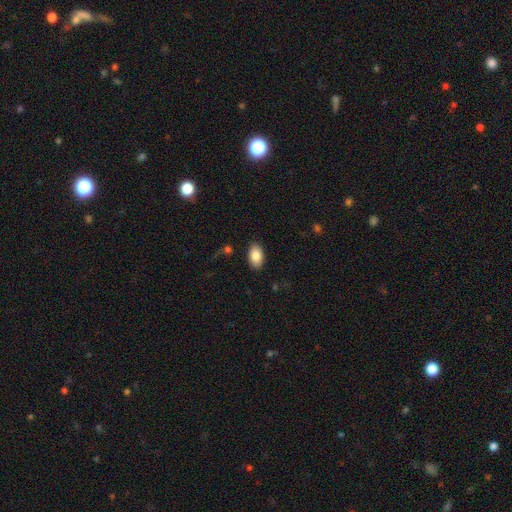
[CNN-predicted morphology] The model was most divided on "smooth or featured": smooth: 85%, featured or disk: 8%, star or artifact: 7%. More confident: how rounded — in between (93%); merging — none (88%).